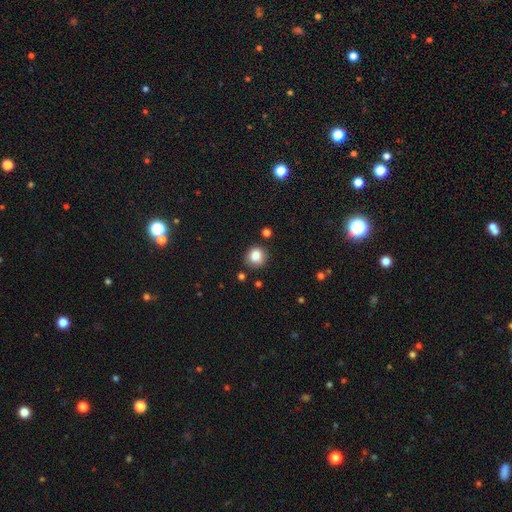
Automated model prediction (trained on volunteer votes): Overall: smooth (85%). How rounded: round (85%). Merging: none (79%).